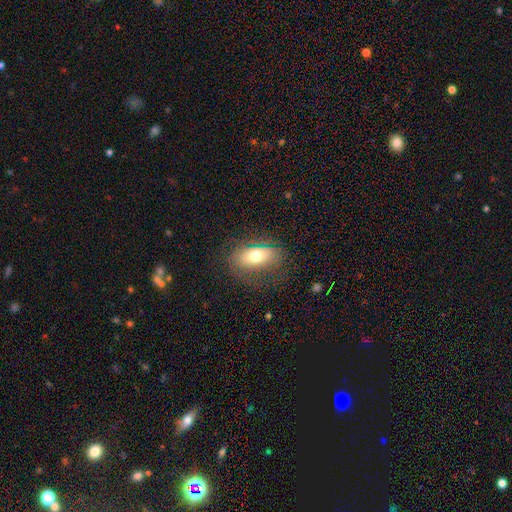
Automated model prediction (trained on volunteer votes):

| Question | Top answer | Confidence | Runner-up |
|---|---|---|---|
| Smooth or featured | smooth | 67% | featured or disk (23%) |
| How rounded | in between | 86% | round (10%) |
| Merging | none | 72% | minor disturbance (17%) |